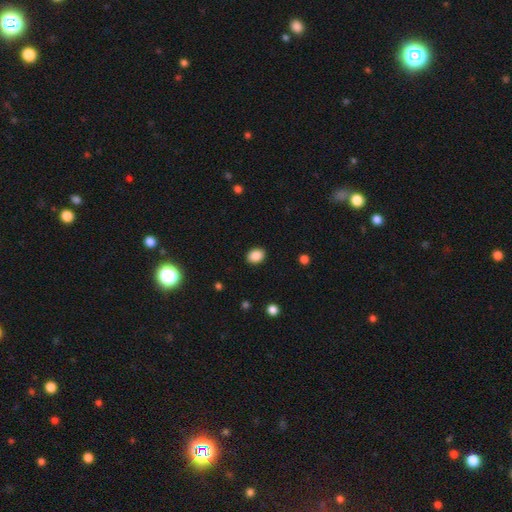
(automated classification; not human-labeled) smooth 88%, star or artifact 9%, featured or disk 3%. Down the decision tree: how rounded — in between (63%); merging — none (90%).